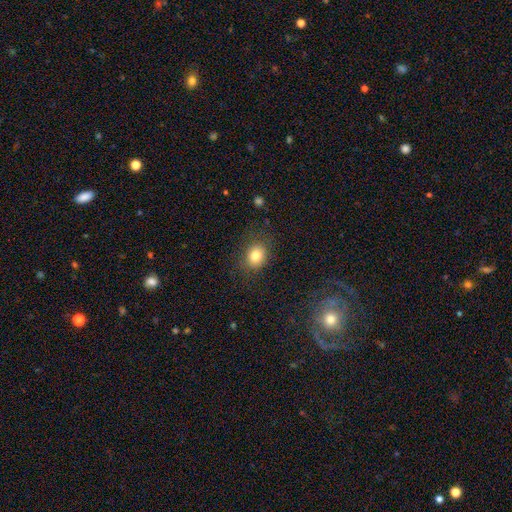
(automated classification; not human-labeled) Smooth or featured? smooth (80%)
How rounded? round (60%)
Merging? none (83%)